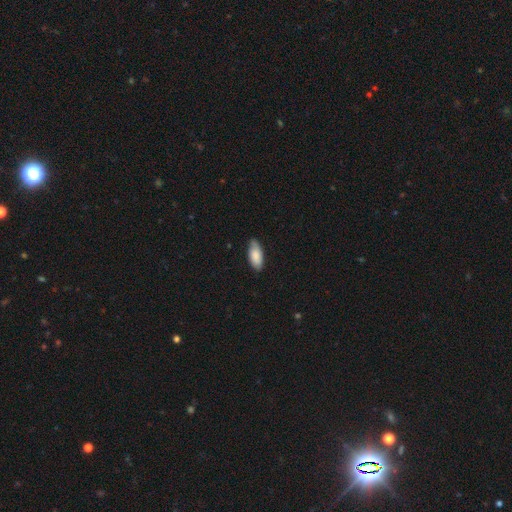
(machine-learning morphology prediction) smooth 84%, featured or disk 10%, star or artifact 6%. Down the decision tree: how rounded — in between (88%); merging — none (78%).